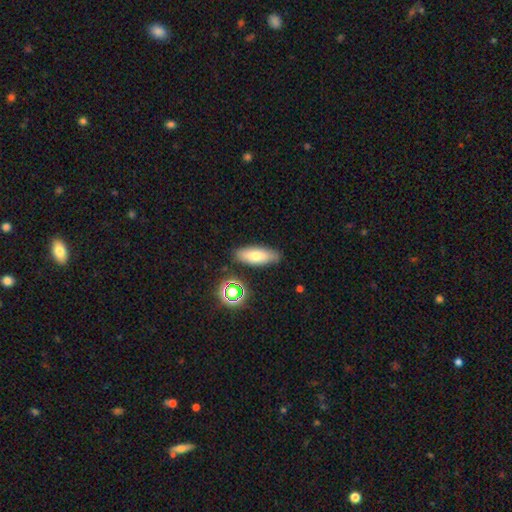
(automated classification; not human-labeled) Smooth or featured? Predicted: smooth (p=0.69). How rounded? Predicted: in between (p=0.66). Merging? Predicted: none (p=0.83).